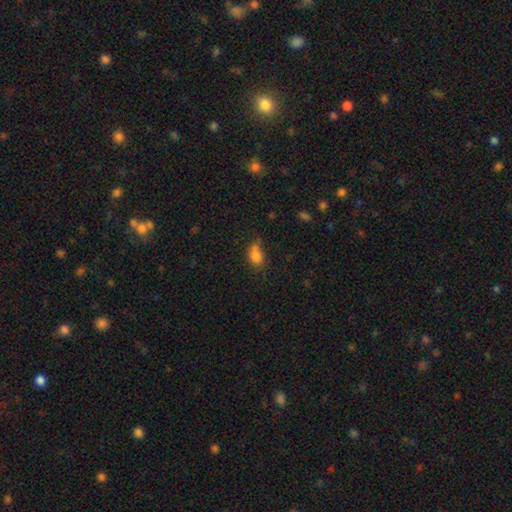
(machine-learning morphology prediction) smooth-or-featured: smooth: 81% | star or artifact: 11% | featured or disk: 8%
  how-rounded: in between: 66% | round: 32% | cigar-shaped: 2%
  merging: none: 46% | minor disturbance: 28% | merger: 15% | major disturbance: 10%